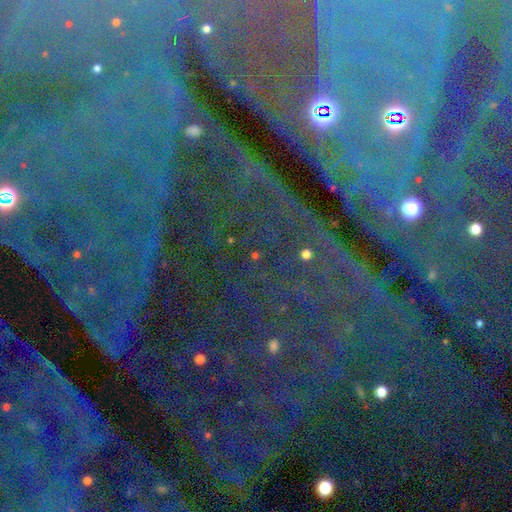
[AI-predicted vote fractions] Overall: star or artifact (82%).